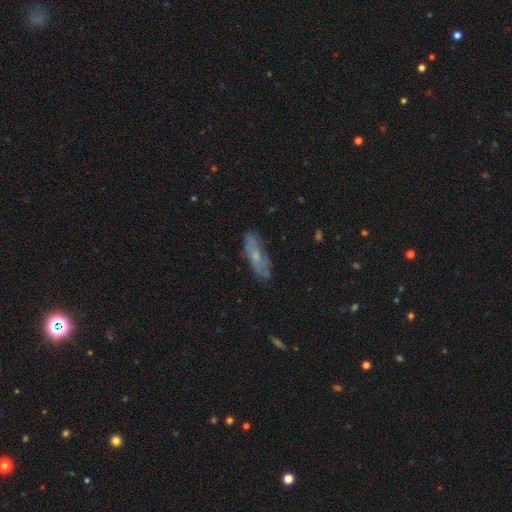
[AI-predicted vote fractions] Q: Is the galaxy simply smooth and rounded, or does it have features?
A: featured or disk — 50%.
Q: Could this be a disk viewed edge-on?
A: no — 70%.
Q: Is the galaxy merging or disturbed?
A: none — 73%.